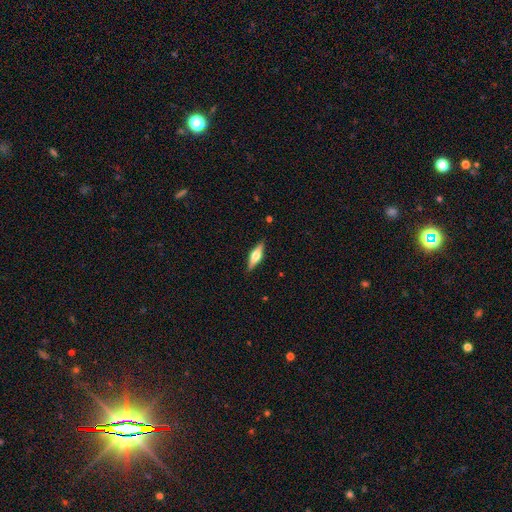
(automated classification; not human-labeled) A featured or disk galaxy (56%) viewed edge-on (95%) with a rounded central bulge (90%).

Vote fractions:
- Smooth or featured? featured or disk: 56% / smooth: 37% / star or artifact: 6%
- Edge-on disk? yes: 95% / no: 5%
- Edge-on bulge? rounded: 90% / boxy: 8% / none: 2%
- Merging? none: 88% / minor disturbance: 9% / major disturbance: 2% / merger: 1%